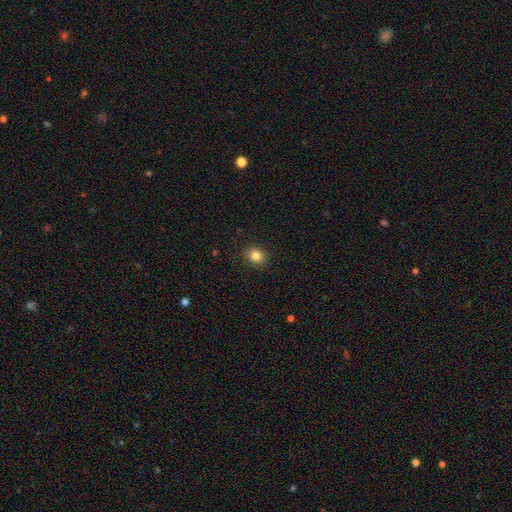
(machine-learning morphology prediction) The model was most divided on "how rounded": round: 68%, in between: 32%, cigar-shaped: 1%. More confident: merging — none (90%); smooth or featured — smooth (84%).